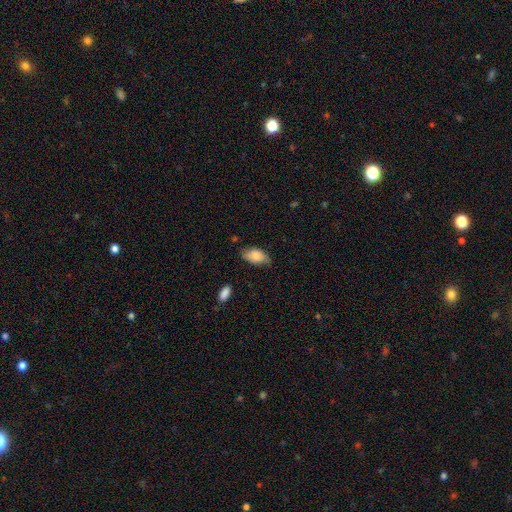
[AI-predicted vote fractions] This is likely a smooth galaxy (78%). How rounded: clearly in between (93%). Merging: likely none (63%).